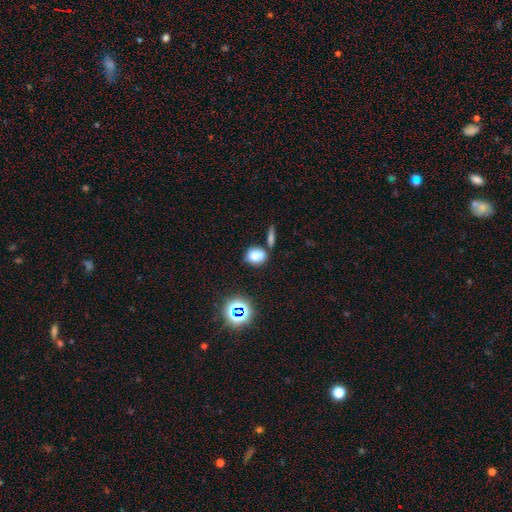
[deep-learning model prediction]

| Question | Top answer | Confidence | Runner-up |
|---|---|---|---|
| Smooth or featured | smooth | 75% | star or artifact (16%) |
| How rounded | round | 49% | in between (48%) |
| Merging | none | 65% | merger (16%) |